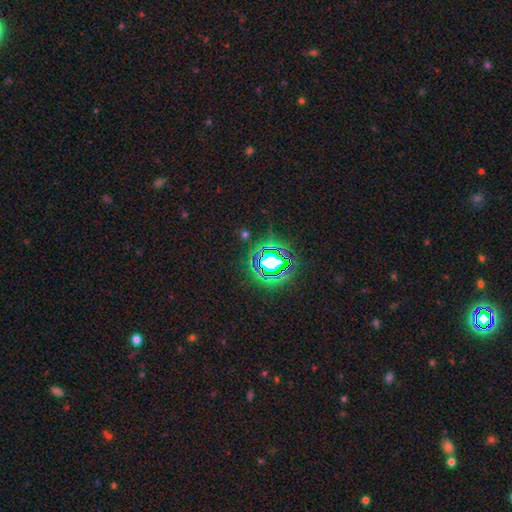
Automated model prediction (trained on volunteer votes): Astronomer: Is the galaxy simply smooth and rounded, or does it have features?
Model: star or artifact — 82%.